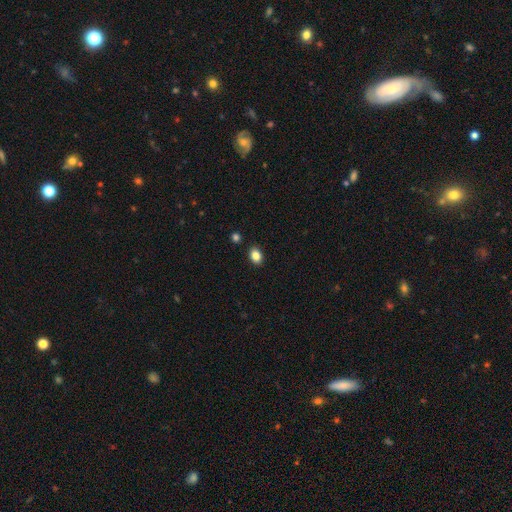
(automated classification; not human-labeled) Q: Smooth or featured?
A: smooth (85%); runner-up: star or artifact (10%)
Q: How rounded?
A: in between (73%); runner-up: round (25%)
Q: Merging?
A: none (88%); runner-up: minor disturbance (8%)